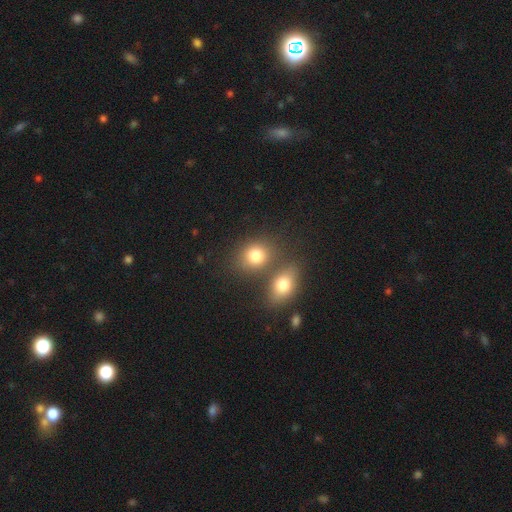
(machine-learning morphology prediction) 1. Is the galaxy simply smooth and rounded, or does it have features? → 80% smooth, 11% star or artifact, 9% featured or disk.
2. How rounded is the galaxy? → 58% round, 40% in between, 1% cigar-shaped.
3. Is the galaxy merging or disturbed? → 55% none, 31% merger, 10% minor disturbance, 4% major disturbance.